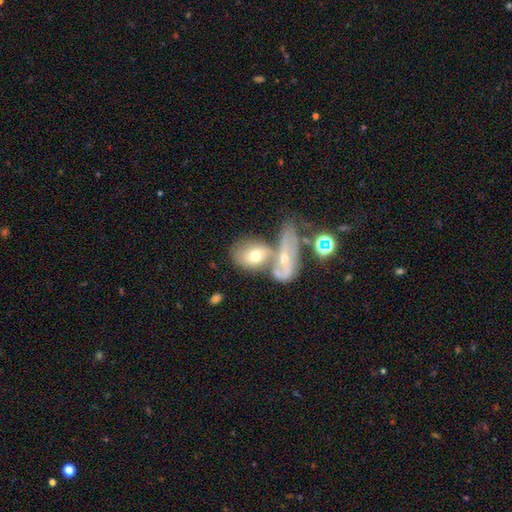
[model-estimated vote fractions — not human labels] A smooth galaxy with no disk features (51%) that is in between round and cigar-shaped (70%).

Vote fractions:
- Smooth or featured? smooth: 51% / featured or disk: 39% / star or artifact: 10%
- How rounded? in between: 70% / round: 26% / cigar-shaped: 4%
- Merging? merger: 61% / none: 21% / minor disturbance: 10% / major disturbance: 8%